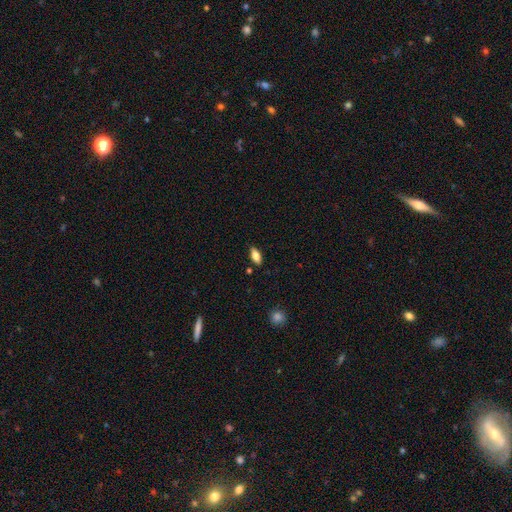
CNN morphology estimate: This appears to be a smooth galaxy with no disk features (75%) that is in between round and cigar-shaped (85%). Merging: none (86%).